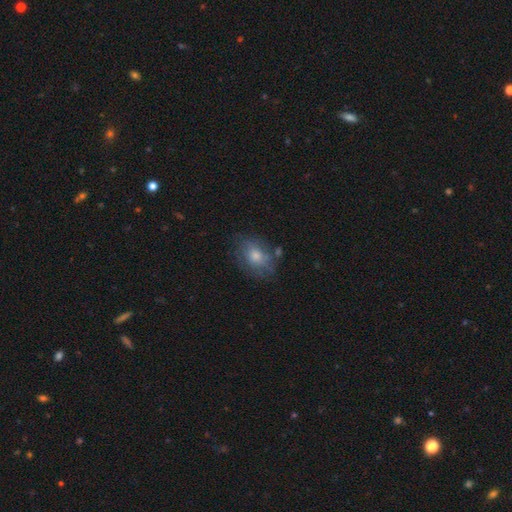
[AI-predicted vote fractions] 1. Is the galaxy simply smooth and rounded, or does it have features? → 59% smooth, 29% featured or disk, 11% star or artifact.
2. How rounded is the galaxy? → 69% in between, 29% round, 2% cigar-shaped.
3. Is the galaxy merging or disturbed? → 66% none, 21% minor disturbance, 8% major disturbance, 4% merger.